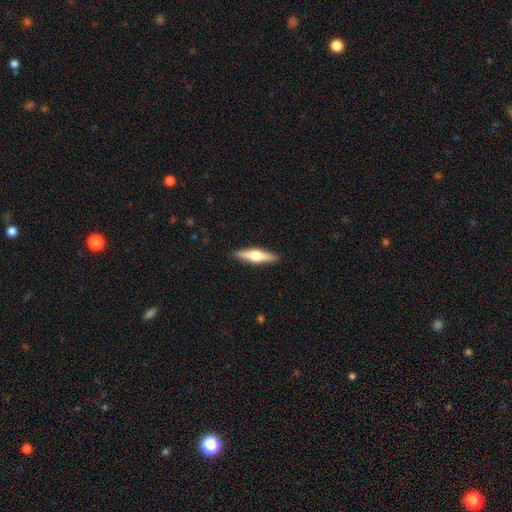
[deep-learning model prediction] A featured or disk galaxy (54%) viewed edge-on (95%) with a rounded central bulge (94%).

Vote fractions:
- Smooth or featured? featured or disk: 54% / smooth: 41% / star or artifact: 5%
- Edge-on disk? yes: 95% / no: 5%
- Edge-on bulge? rounded: 94% / boxy: 4% / none: 3%
- Merging? none: 91% / minor disturbance: 7% / major disturbance: 2% / merger: 1%